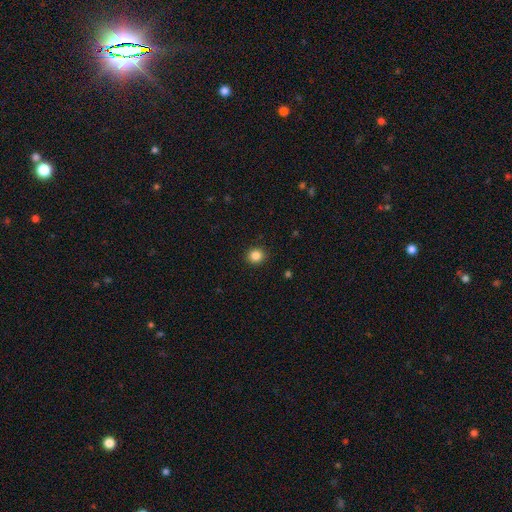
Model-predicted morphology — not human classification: Q: Smooth or featured?
A: smooth (85%); runner-up: star or artifact (11%)
Q: How rounded?
A: round (89%); runner-up: in between (10%)
Q: Merging?
A: none (92%); runner-up: minor disturbance (5%)